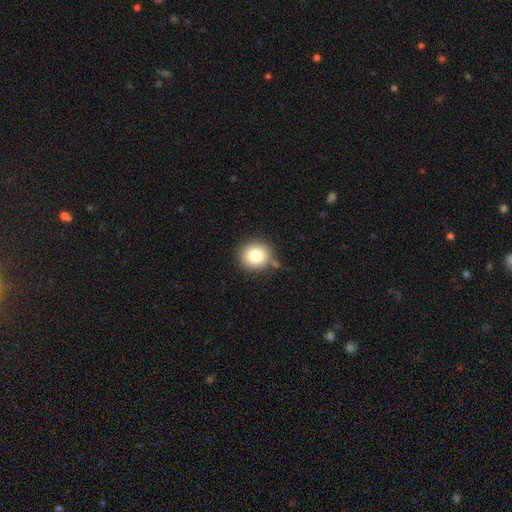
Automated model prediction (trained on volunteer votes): A smooth galaxy with no disk features (81%) that is round (86%). Merging: none (83%).